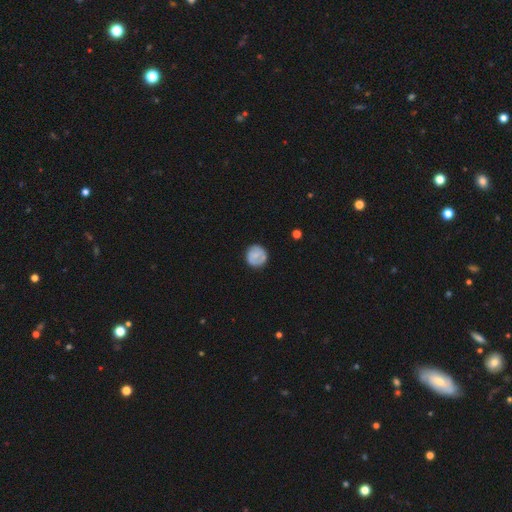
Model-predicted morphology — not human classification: Smooth or featured? smooth (63%)
How rounded? round (92%)
Merging? none (83%)